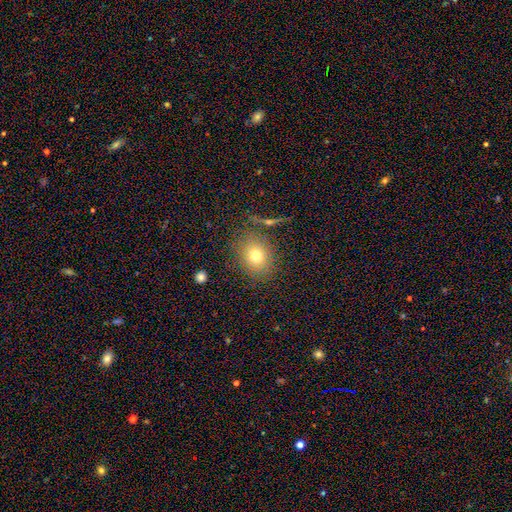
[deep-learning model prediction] A smooth galaxy with no disk features (72%) that is round (64%). Merging: none (81%).